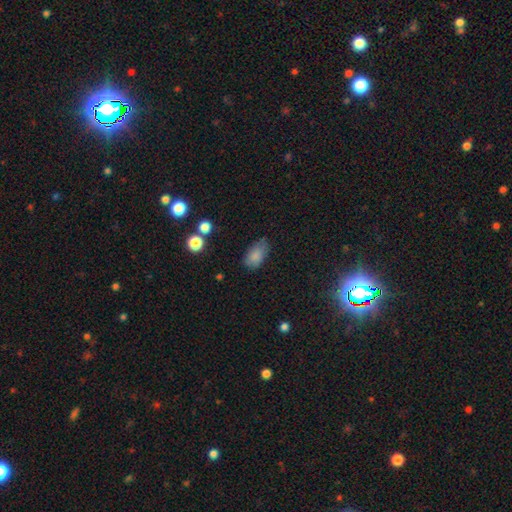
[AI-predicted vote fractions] Morphology: type=smooth (84%); roundness=in between (92%); merging=none (66%).